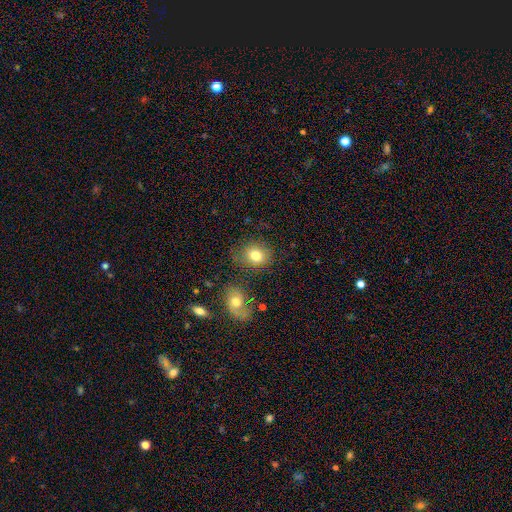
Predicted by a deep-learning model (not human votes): A smooth galaxy with no disk features (77%) that is round (64%). Merging: none (73%).